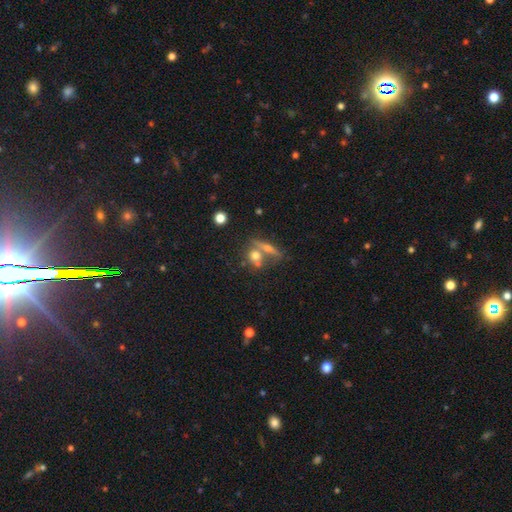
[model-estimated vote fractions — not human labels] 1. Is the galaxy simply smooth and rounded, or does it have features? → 59% smooth, 28% featured or disk, 13% star or artifact.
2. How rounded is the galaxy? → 54% round, 32% in between, 14% cigar-shaped.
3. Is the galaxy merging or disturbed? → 43% none, 40% merger, 10% minor disturbance, 6% major disturbance.